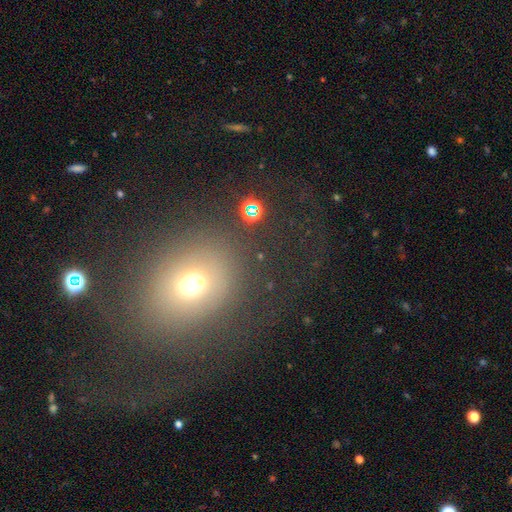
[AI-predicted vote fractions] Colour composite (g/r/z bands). It shows a smooth galaxy with no disk features (53%) that is round (61%). Merging: none (56%).